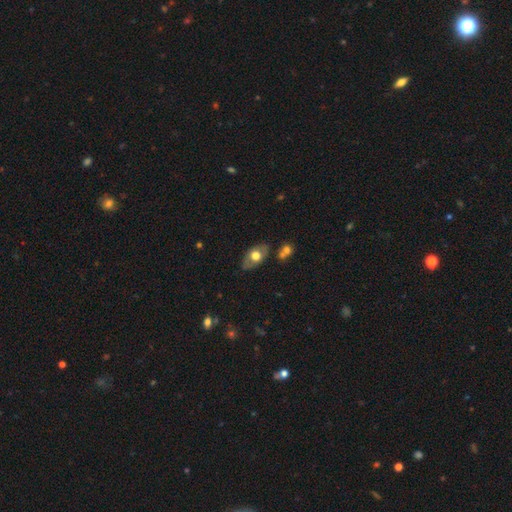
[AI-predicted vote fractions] smooth 56%, featured or disk 38%, star or artifact 7%. Down the decision tree: how rounded — in between (86%); merging — none (73%).